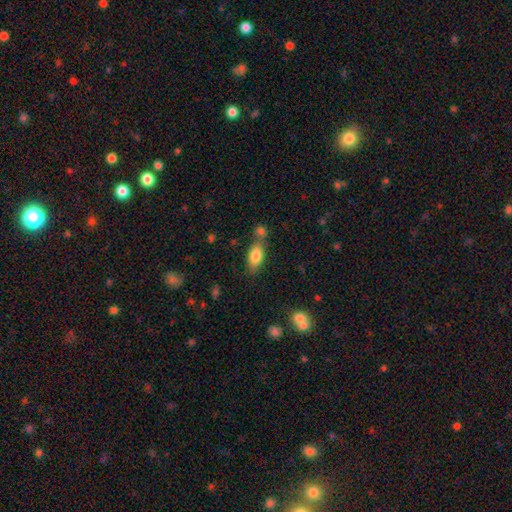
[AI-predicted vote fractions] Smooth or featured? Predicted: smooth (p=0.82). How rounded? Predicted: in between (p=0.87). Merging? Predicted: none (p=0.59).